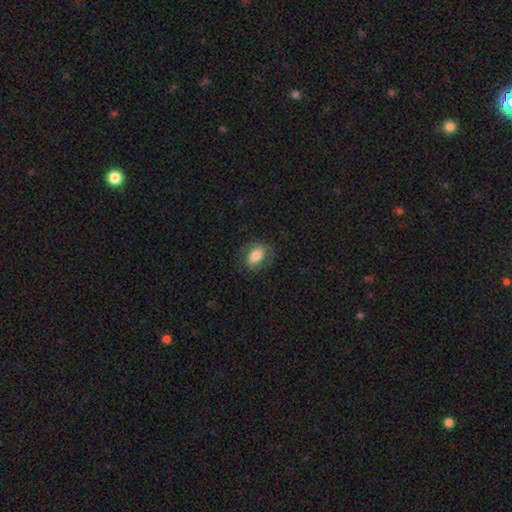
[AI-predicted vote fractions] Smooth or featured: smooth — 69% (featured or disk — 24%)
How rounded: in between — 84% (round — 13%)
Merging: none — 73% (minor disturbance — 17%)